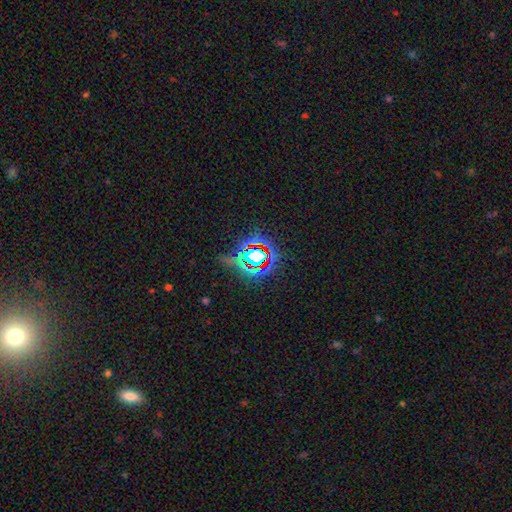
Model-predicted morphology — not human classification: A star or artifact, not a galaxy (71%).